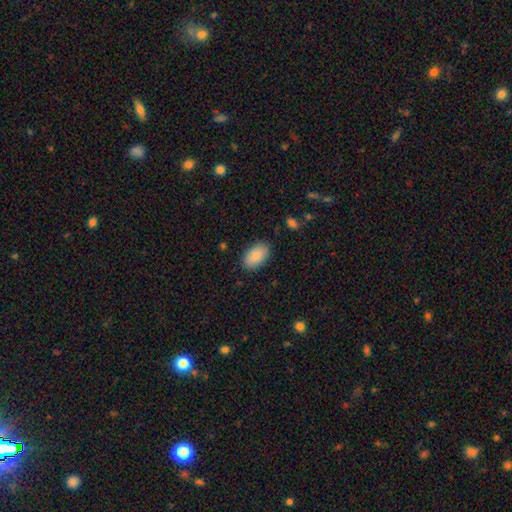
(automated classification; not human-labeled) Morphology: type=smooth (89%); roundness=in between (94%); merging=none (87%).